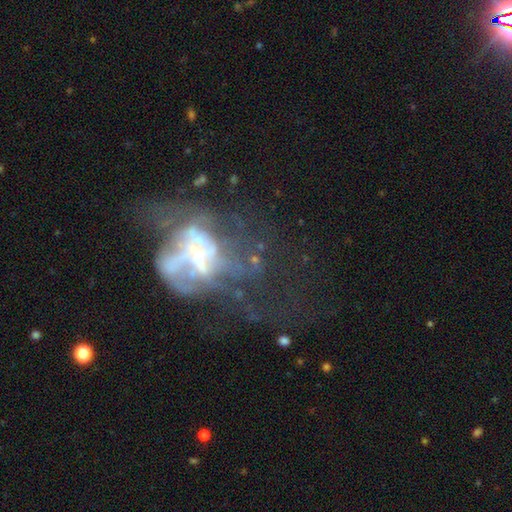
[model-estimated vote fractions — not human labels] A featured or disk galaxy (66%) with no bar (64%), no spiral arms (60%) and a moderate central bulge (37%).

Vote fractions:
- Smooth or featured? featured or disk: 66% / star or artifact: 19% / smooth: 14%
- Edge-on disk? no: 95% / yes: 5%
- Bar? no: 64% / weak: 25% / strong: 11%
- Spiral arms? no: 60% / yes: 40%
- Bulge size? moderate: 37% / small: 34% / none: 19% / large: 8% / dominant: 3%
- Merging? major disturbance: 47% / none: 24% / merger: 16% / minor disturbance: 12%